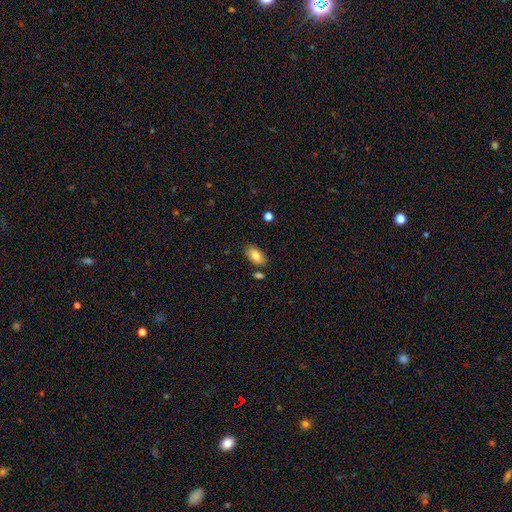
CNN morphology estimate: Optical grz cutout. It shows a smooth galaxy with no disk features (83%) that is in between round and cigar-shaped (94%). Merging: none (81%).